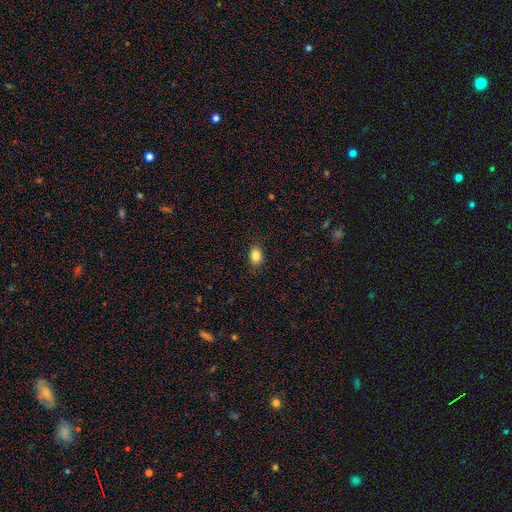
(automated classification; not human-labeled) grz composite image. It shows a smooth galaxy with no disk features (85%) that is in between round and cigar-shaped (79%). Merging: none (88%).